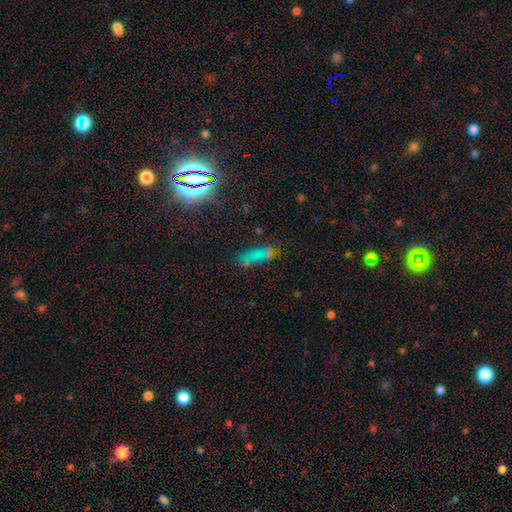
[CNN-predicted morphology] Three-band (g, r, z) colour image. It shows a smooth galaxy with no disk features (54%) that is in between round and cigar-shaped (67%). Merging: none (63%).